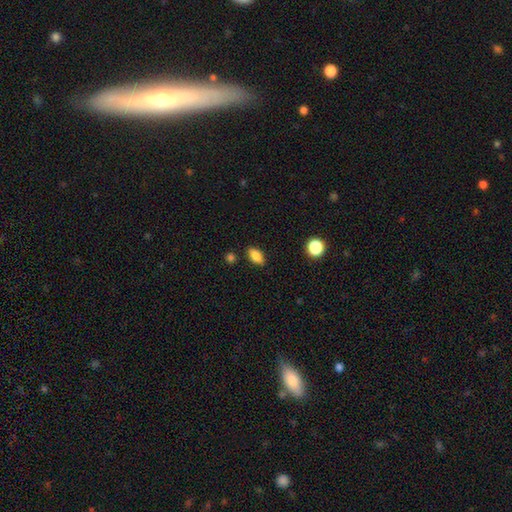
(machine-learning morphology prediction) A smooth galaxy with no disk features (84%) that is in between round and cigar-shaped (87%).

Vote fractions:
- Smooth or featured? smooth: 84% / star or artifact: 9% / featured or disk: 7%
- How rounded? in between: 87% / round: 7% / cigar-shaped: 6%
- Merging? none: 85% / minor disturbance: 10% / major disturbance: 2% / merger: 2%